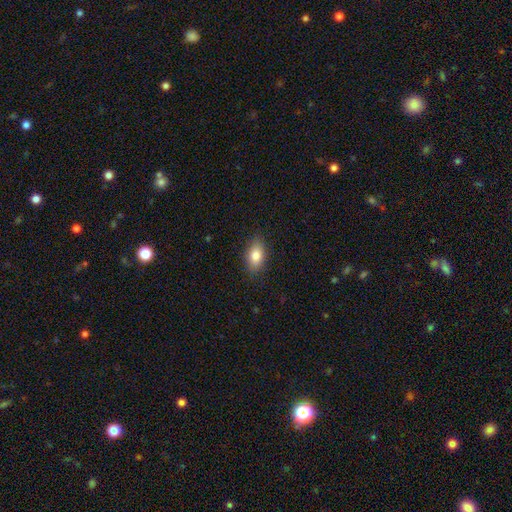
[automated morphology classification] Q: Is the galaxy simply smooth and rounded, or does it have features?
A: smooth — 82%.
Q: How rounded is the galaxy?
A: in between — 89%.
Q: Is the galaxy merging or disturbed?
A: none — 87%.